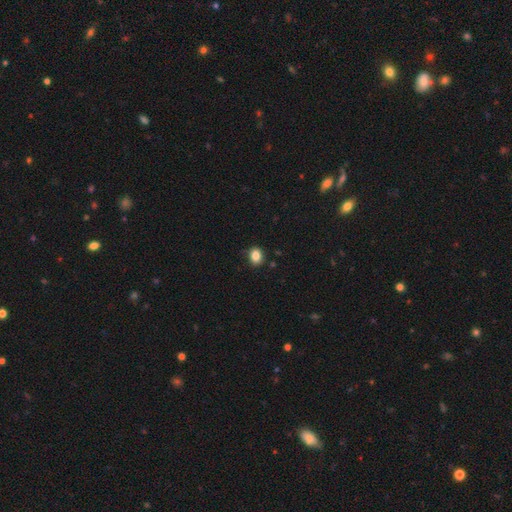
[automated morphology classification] Smooth or featured? smooth (85%)
How rounded? in between (53%)
Merging? none (85%)